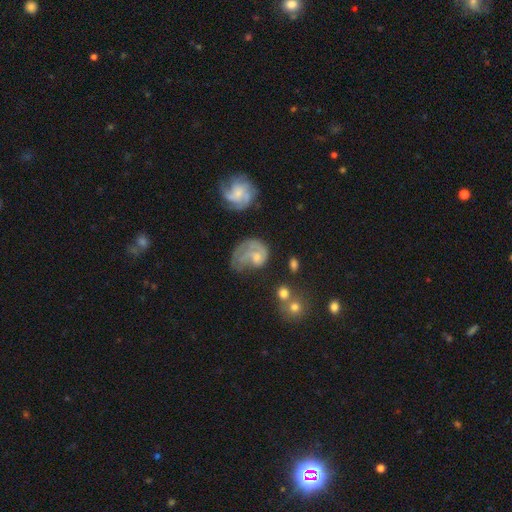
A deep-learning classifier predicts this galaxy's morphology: A featured or disk galaxy (57%) with no bar (73%), spiral arms (72%) and a small central bulge (41%). Merging: major disturbance (43%).